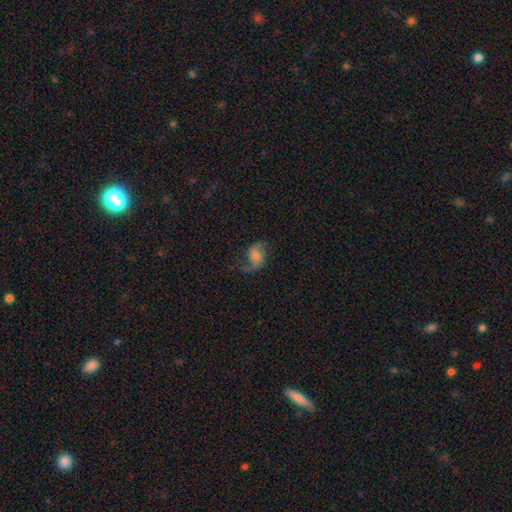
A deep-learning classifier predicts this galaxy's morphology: featured or disk 65%, smooth 26%, star or artifact 9%. Down the decision tree: edge-on disk — no (97%); bar — no (60%); spiral arms — yes (92%); spiral arm count — 2 (75%); spiral winding — loose (73%); bulge size — moderate (34%); merging — none (56%).